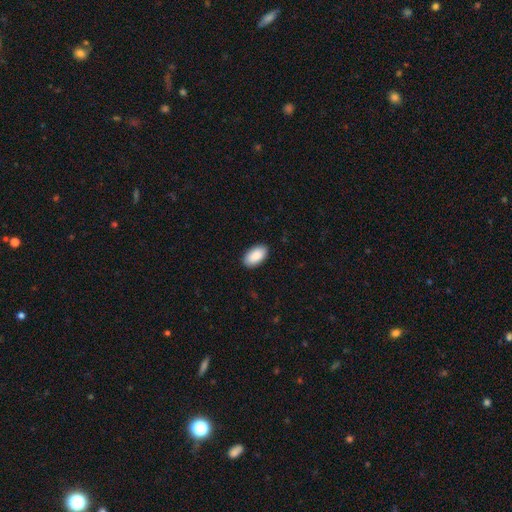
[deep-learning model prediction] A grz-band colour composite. It shows a smooth galaxy with no disk features (91%) that is in between round and cigar-shaped (96%). Merging: none (90%).